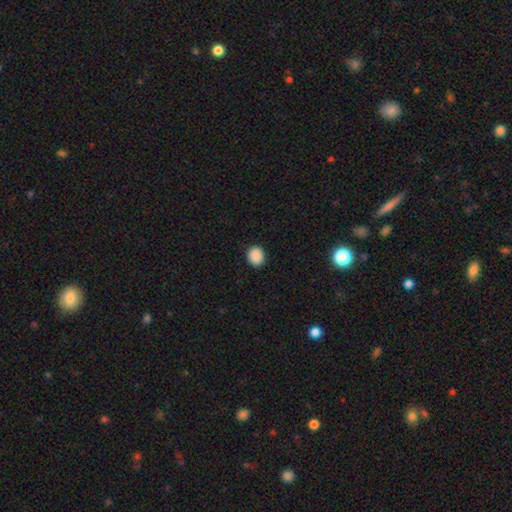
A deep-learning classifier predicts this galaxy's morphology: A smooth galaxy with no disk features (89%) that is round (69%).

Vote fractions:
- Smooth or featured? smooth: 89% / star or artifact: 8% / featured or disk: 2%
- How rounded? round: 69% / in between: 30% / cigar-shaped: 1%
- Merging? none: 91% / minor disturbance: 7% / major disturbance: 2% / merger: 1%